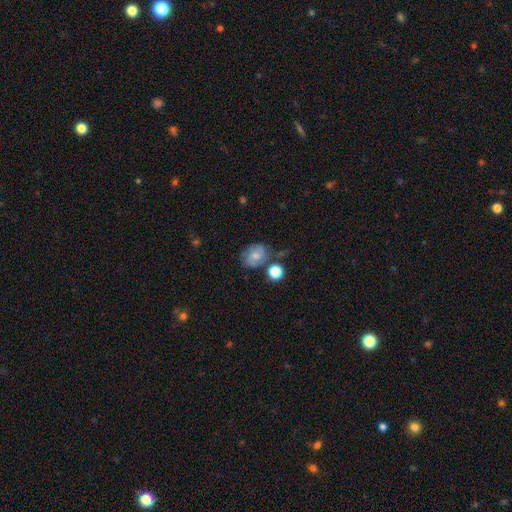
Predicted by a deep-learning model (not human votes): smooth-or-featured: smooth: 58% | featured or disk: 32% | star or artifact: 10%
  how-rounded: in between: 52% | round: 47% | cigar-shaped: 1%
  merging: none: 56% | minor disturbance: 24% | merger: 11% | major disturbance: 9%